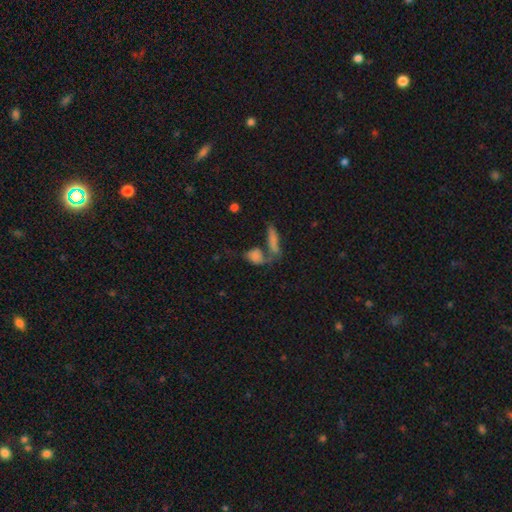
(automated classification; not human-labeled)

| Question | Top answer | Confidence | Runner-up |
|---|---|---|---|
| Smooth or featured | smooth | 70% | featured or disk (17%) |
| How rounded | in between | 66% | cigar-shaped (20%) |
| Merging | merger | 48% | none (32%) |